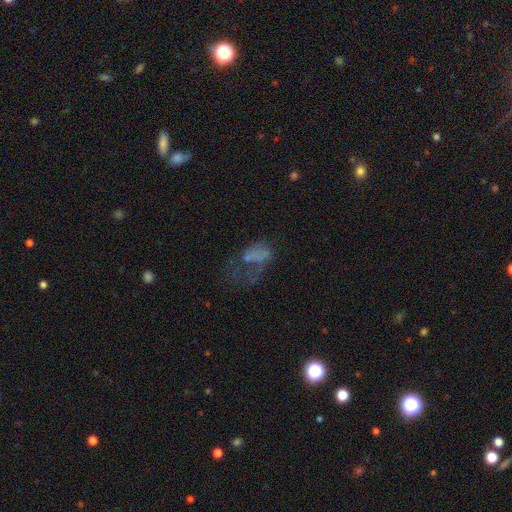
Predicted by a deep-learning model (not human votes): smooth-or-featured: smooth: 41% | featured or disk: 40% | star or artifact: 19%
  merging: major disturbance: 54% | none: 21% | minor disturbance: 14% | merger: 11%